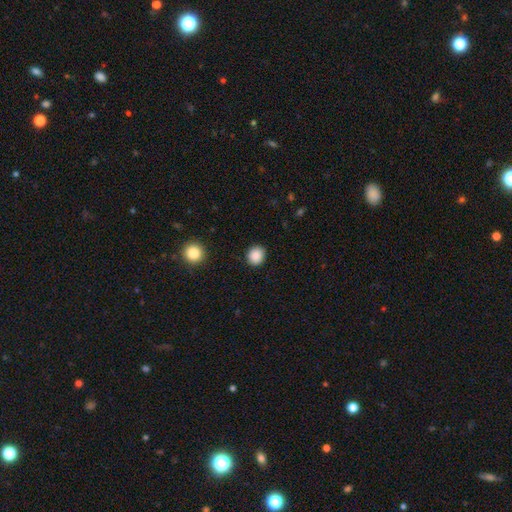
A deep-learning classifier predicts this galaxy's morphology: Smooth or featured: smooth — 88% (star or artifact — 9%)
How rounded: round — 82% (in between — 17%)
Merging: none — 90% (minor disturbance — 7%)